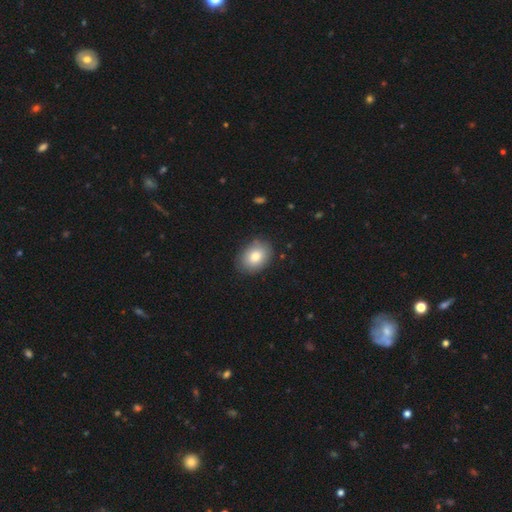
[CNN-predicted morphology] This is clearly a smooth galaxy (81%). How rounded: likely in between (66%). Merging: clearly none (84%).